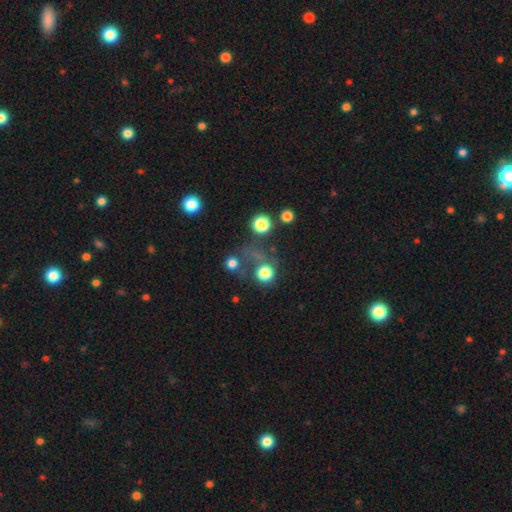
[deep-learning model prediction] Morphology: type=smooth (45%); merging=none (51%).